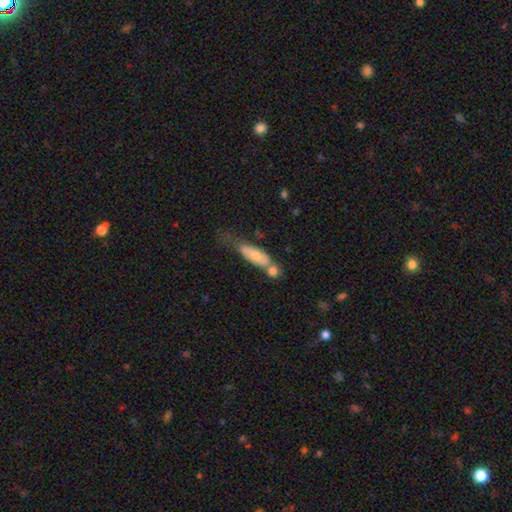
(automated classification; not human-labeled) The model was most divided on "how rounded": in between: 54%, cigar-shaped: 42%, round: 3%. Remaining: smooth or featured — smooth (64%); merging — merger (46%).